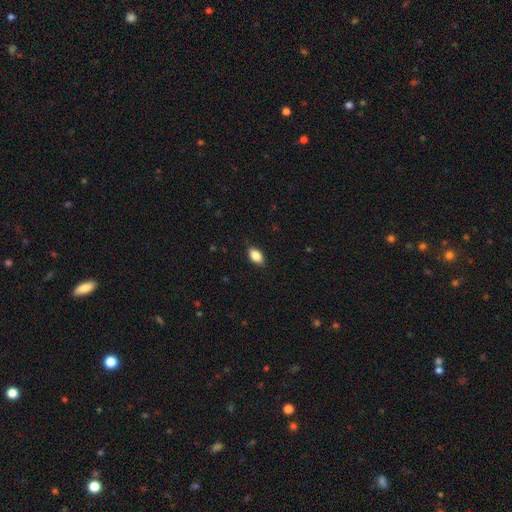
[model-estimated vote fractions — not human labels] smooth 83%, featured or disk 9%, star or artifact 8%. Down the decision tree: how rounded — in between (88%); merging — none (84%).